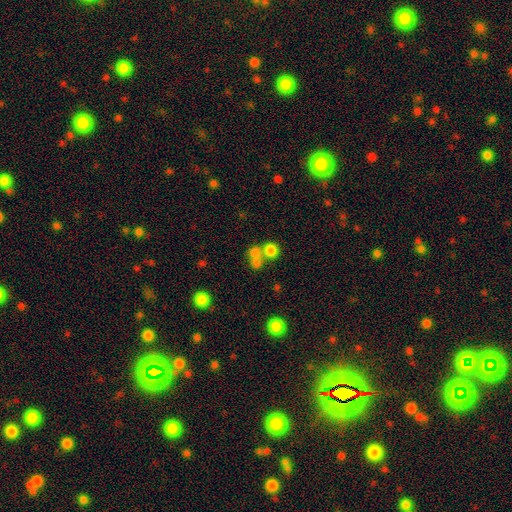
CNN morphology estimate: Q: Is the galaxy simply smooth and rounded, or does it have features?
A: smooth — 72%.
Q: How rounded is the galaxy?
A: round — 70%.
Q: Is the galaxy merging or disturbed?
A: merger — 49%.